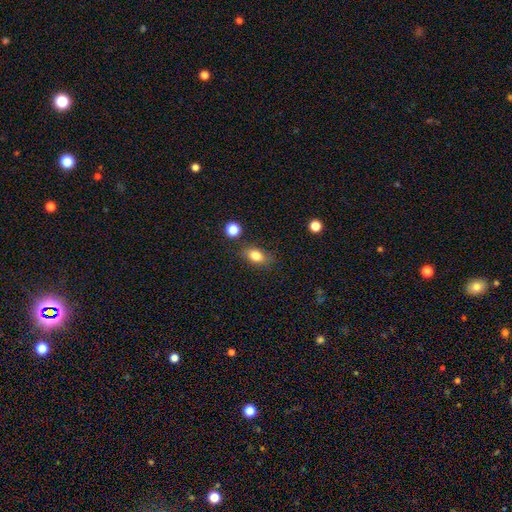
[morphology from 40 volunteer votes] A smooth galaxy with no disk features (88%) that is in between round and cigar-shaped (89%). Merging: none (89%).